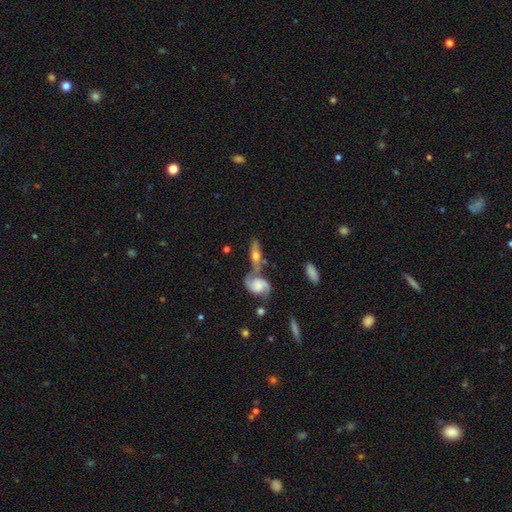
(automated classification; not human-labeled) This is possibly a featured or disk galaxy (58%). It is possibly viewed edge-on (51%). Merging: marginally none (42%).